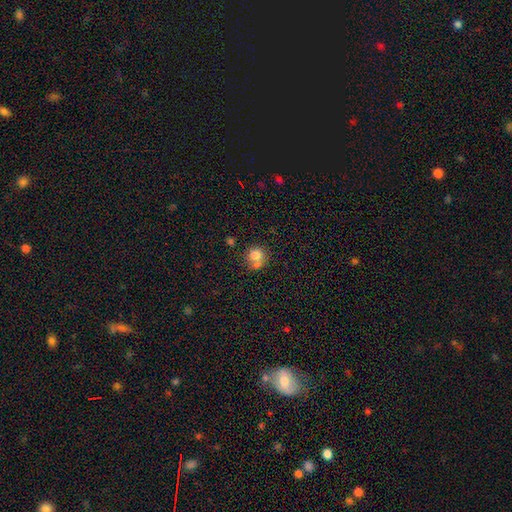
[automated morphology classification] smooth_or_featured: smooth (p=0.78) [alt: featured or disk p=0.11]
how_rounded: round (p=0.85) [alt: in between p=0.14]
merging: none (p=0.46) [alt: merger p=0.38]